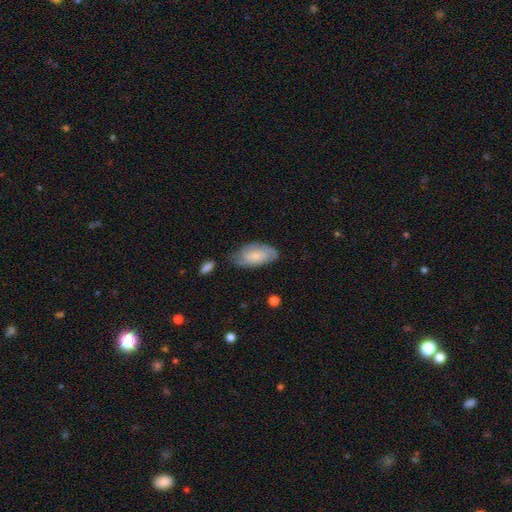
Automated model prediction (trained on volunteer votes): Smooth or featured?
  - smooth: 48% *
  - featured or disk: 45%
  - star or artifact: 7%
Merging?
  - none: 65% *
  - minor disturbance: 26%
  - major disturbance: 7%
  - merger: 3%